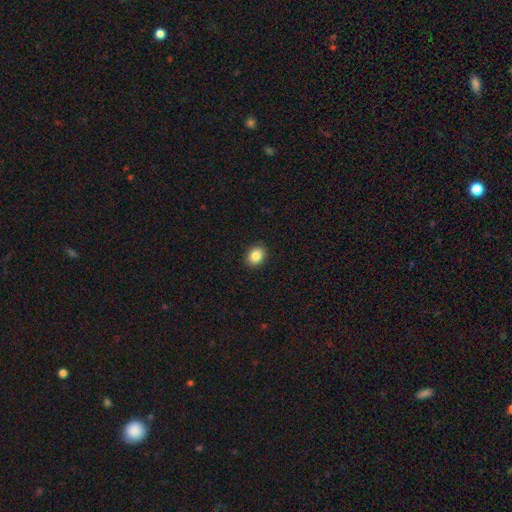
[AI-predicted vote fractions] Smooth or featured?
  - smooth: 86% *
  - star or artifact: 9%
  - featured or disk: 5%
How rounded?
  - in between: 52% *
  - round: 47%
  - cigar-shaped: 1%
Merging?
  - none: 91% *
  - minor disturbance: 6%
  - major disturbance: 2%
  - merger: 1%